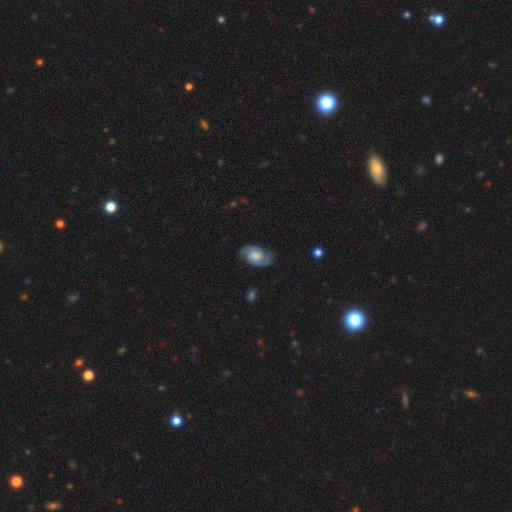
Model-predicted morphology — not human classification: Q: Smooth or featured?
A: featured or disk (82%); runner-up: smooth (13%)
Q: Edge-on disk?
A: no (97%); runner-up: yes (3%)
Q: Bar?
A: no (51%); runner-up: weak (41%)
Q: Spiral arms?
A: yes (96%); runner-up: no (4%)
Q: Spiral winding?
A: medium (47%); runner-up: tight (39%)
Q: Spiral arm count?
A: 2 (92%); runner-up: can't tell (4%)
Q: Bulge size?
A: moderate (43%); runner-up: large (20%)
Q: Merging?
A: none (82%); runner-up: minor disturbance (13%)